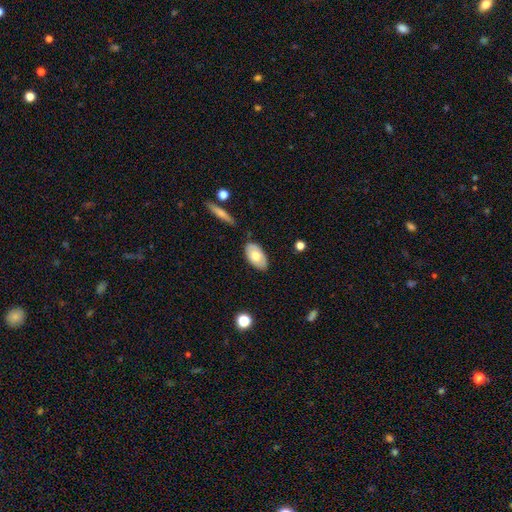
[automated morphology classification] The model was most divided on "smooth or featured": smooth: 65%, featured or disk: 29%, star or artifact: 6%. More confident: how rounded — in between (94%); merging — none (82%).